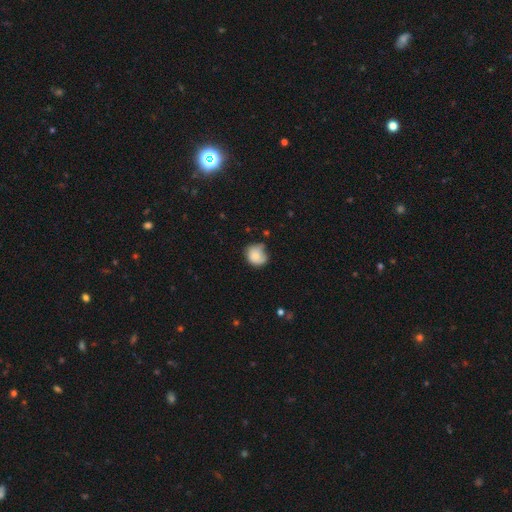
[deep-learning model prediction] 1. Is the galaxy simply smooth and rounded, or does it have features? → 80% smooth, 11% featured or disk, 9% star or artifact.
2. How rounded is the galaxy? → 67% round, 32% in between, 1% cigar-shaped.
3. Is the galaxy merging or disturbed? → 47% none, 36% minor disturbance, 11% major disturbance, 6% merger.